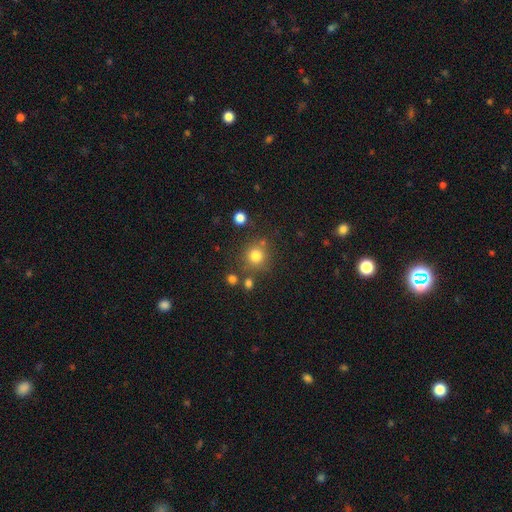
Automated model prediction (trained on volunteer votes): A smooth galaxy with no disk features (79%) that is round (91%). Merging: none (77%).